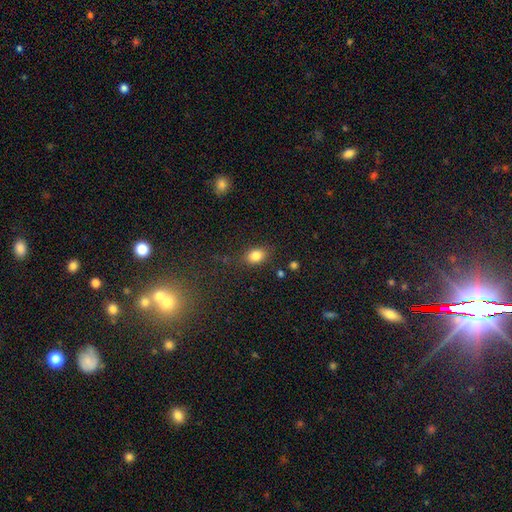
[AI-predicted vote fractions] This appears to be a smooth galaxy with no disk features (84%) that is in between round and cigar-shaped (70%). Merging: none (79%).